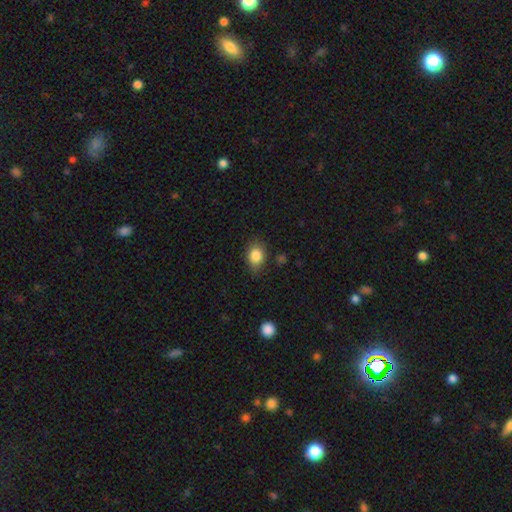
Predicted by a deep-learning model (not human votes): Q: Smooth or featured?
A: smooth (84%); runner-up: star or artifact (9%)
Q: How rounded?
A: in between (63%); runner-up: round (35%)
Q: Merging?
A: none (78%); runner-up: minor disturbance (17%)